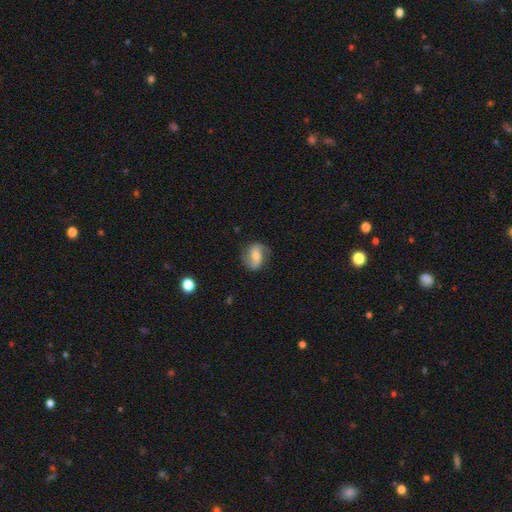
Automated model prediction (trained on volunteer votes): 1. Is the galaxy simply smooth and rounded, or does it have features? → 53% featured or disk, 39% smooth, 8% star or artifact.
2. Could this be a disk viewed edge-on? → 95% no, 5% yes.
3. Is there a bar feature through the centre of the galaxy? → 38% no, 36% weak, 26% strong.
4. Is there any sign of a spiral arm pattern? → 84% yes, 16% no.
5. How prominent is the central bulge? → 52% moderate, 36% small, 6% large, 5% none, 2% dominant.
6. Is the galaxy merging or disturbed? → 71% none, 20% minor disturbance, 7% major disturbance, 1% merger.